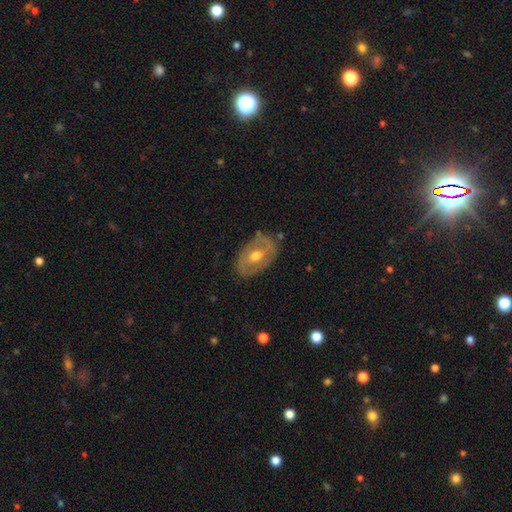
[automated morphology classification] type=featured or disk (65%); edge-on=no (92%); bar=no (53%); spiral arms=no (60%); bulge=moderate (76%); merging=none (78%).